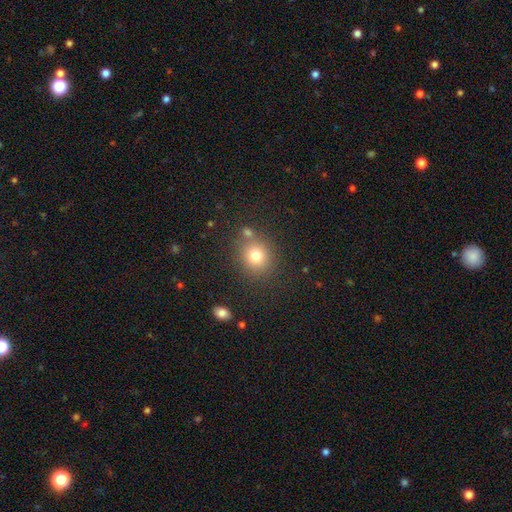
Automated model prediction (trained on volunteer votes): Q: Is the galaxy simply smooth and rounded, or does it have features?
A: smooth — 77%.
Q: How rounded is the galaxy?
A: round — 80%.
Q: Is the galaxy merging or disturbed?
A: none — 74%.